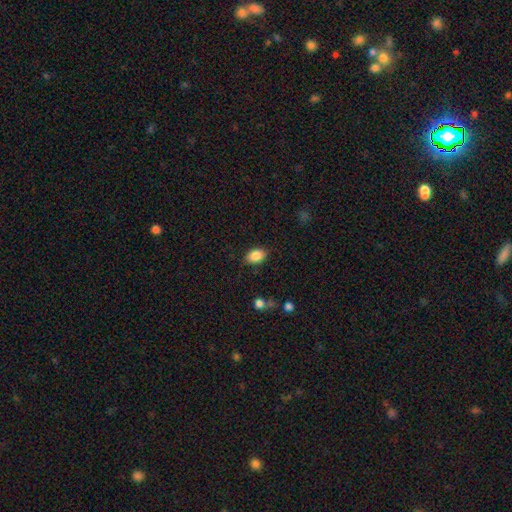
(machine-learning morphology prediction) type=smooth (86%); roundness=in between (82%); merging=none (83%).